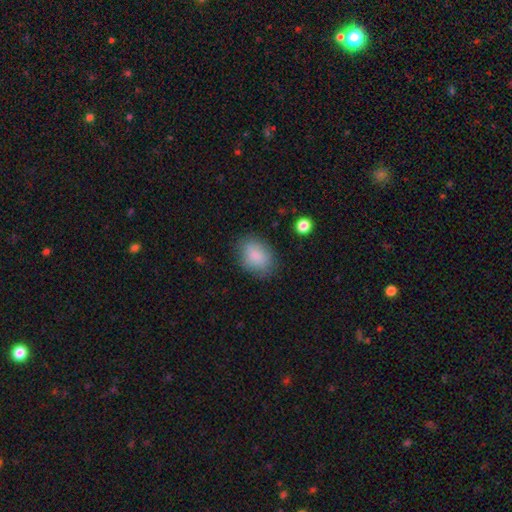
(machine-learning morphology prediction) A smooth galaxy with no disk features (86%) that is in between round and cigar-shaped (73%). Merging: none (78%).